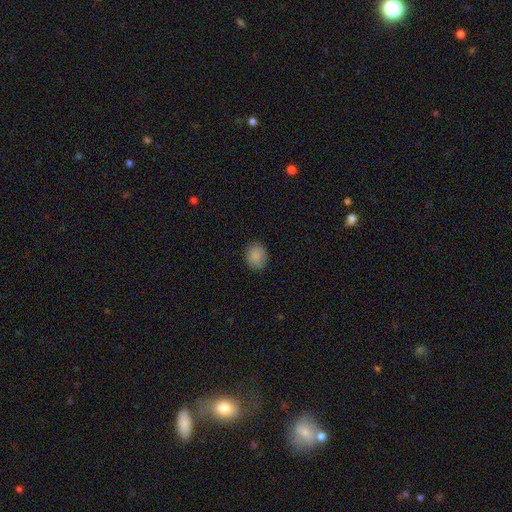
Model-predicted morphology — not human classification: A smooth galaxy with no disk features (86%) that is round (72%).

Vote fractions:
- Smooth or featured? smooth: 86% / star or artifact: 8% / featured or disk: 5%
- How rounded? round: 72% / in between: 27% / cigar-shaped: 1%
- Merging? none: 85% / minor disturbance: 12% / major disturbance: 3% / merger: 1%